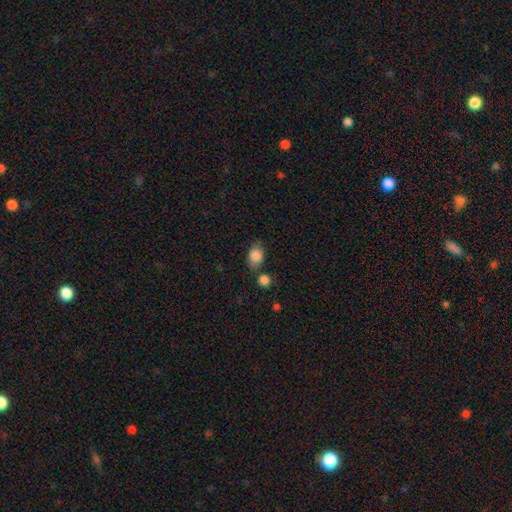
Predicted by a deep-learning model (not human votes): This is clearly a smooth galaxy (84%). How rounded: likely in between (76%). Merging: likely none (63%).